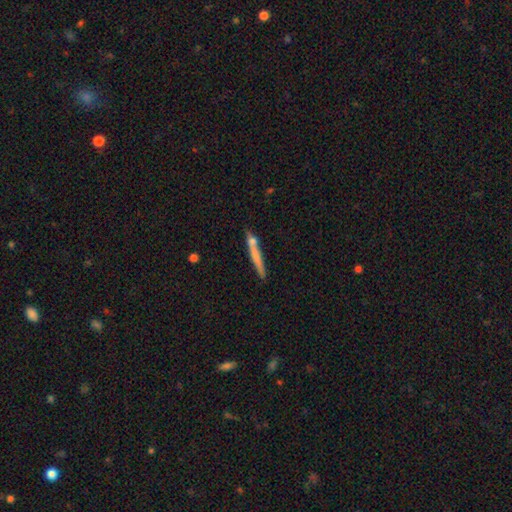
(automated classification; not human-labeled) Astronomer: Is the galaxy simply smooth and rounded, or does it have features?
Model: smooth — 60%.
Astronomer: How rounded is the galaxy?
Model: cigar-shaped — 95%.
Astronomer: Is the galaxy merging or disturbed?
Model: none — 68%.